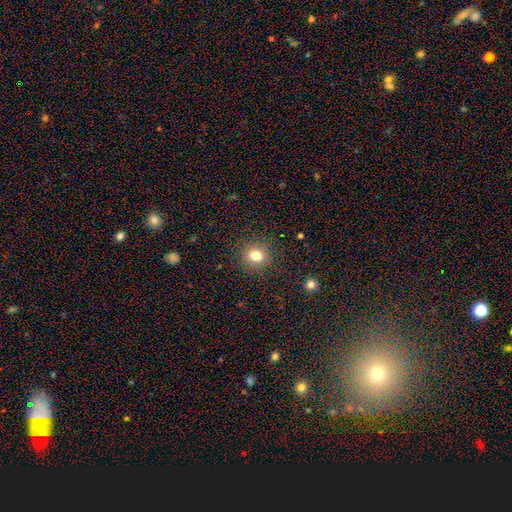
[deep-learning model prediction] Smooth or featured: smooth — 80% (star or artifact — 12%)
How rounded: round — 67% (in between — 32%)
Merging: none — 87% (minor disturbance — 8%)